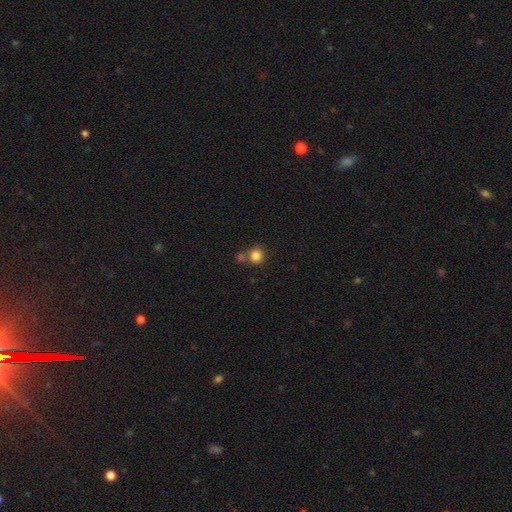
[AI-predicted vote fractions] This is clearly a smooth galaxy (84%). How rounded: clearly round (90%). Merging: likely none (60%).